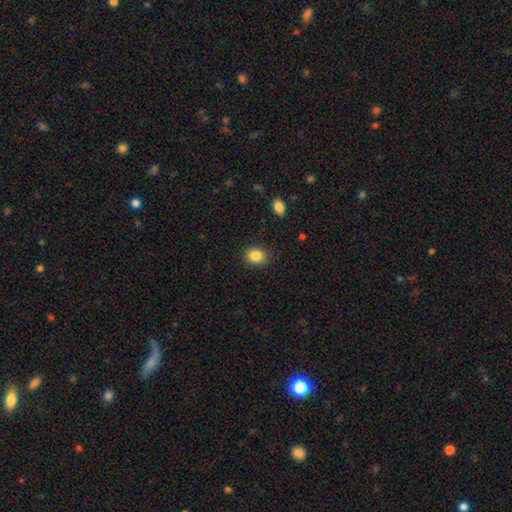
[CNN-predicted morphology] smooth 86%, star or artifact 10%, featured or disk 5%. Down the decision tree: how rounded — round (64%); merging — none (87%).